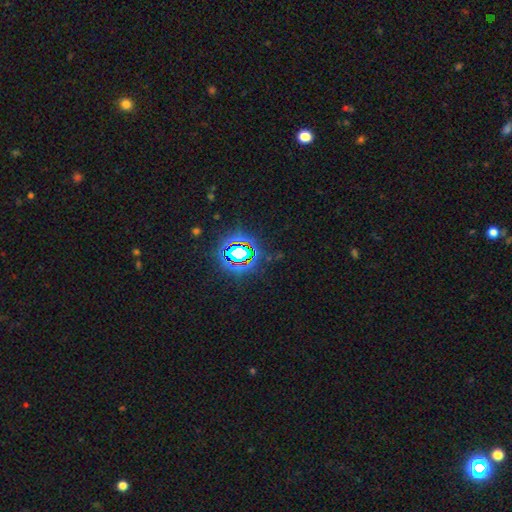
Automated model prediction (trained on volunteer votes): This appears to be a star or artifact, not a galaxy (80%).